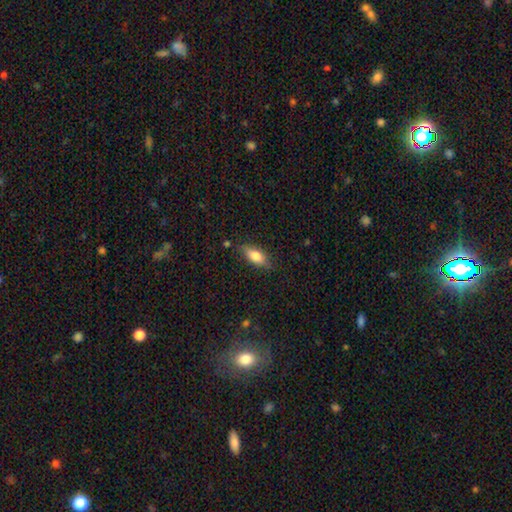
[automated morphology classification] Smooth or featured: smooth — 76% (featured or disk — 17%)
How rounded: in between — 76% (cigar-shaped — 21%)
Merging: none — 79% (minor disturbance — 15%)